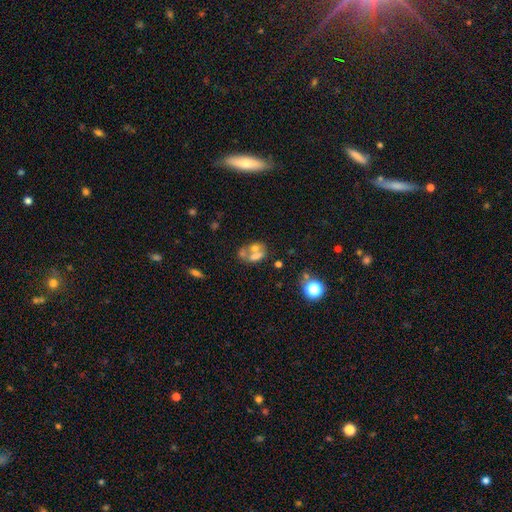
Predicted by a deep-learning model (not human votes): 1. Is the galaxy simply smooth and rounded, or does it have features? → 51% smooth, 32% featured or disk, 17% star or artifact.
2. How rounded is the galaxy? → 70% in between, 27% round, 3% cigar-shaped.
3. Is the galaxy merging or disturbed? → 59% merger, 23% none, 9% major disturbance, 9% minor disturbance.